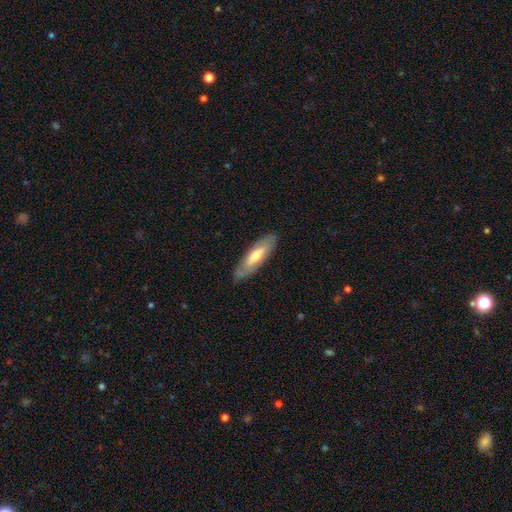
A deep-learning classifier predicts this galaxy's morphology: Smooth or featured: smooth — 52% (featured or disk — 43%)
How rounded: cigar-shaped — 56% (in between — 43%)
Merging: none — 84% (minor disturbance — 13%)